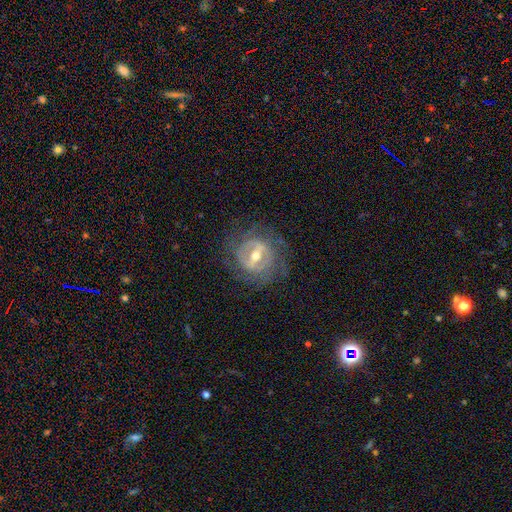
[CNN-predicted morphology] Smooth or featured? featured or disk (81%)
Edge-on disk? no (92%)
Bar? strong (55%)
Spiral arms? yes (65%)
Bulge size? moderate (71%)
Merging? none (74%)